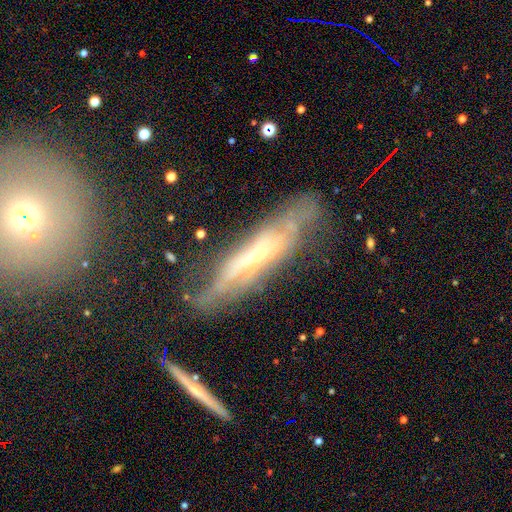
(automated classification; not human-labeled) Smooth or featured?
  - featured or disk: 70% *
  - smooth: 20%
  - star or artifact: 10%
Edge-on disk?
  - yes: 53% *
  - no: 47%
Merging?
  - none: 56% *
  - minor disturbance: 25%
  - major disturbance: 14%
  - merger: 4%